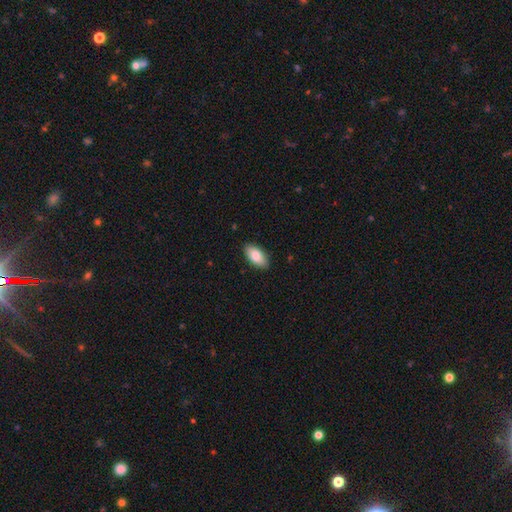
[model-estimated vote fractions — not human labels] A smooth galaxy with no disk features (83%) that is in between round and cigar-shaped (93%).

Vote fractions:
- Smooth or featured? smooth: 83% / featured or disk: 11% / star or artifact: 6%
- How rounded? in between: 93% / cigar-shaped: 5% / round: 2%
- Merging? none: 89% / minor disturbance: 8% / major disturbance: 2% / merger: 1%